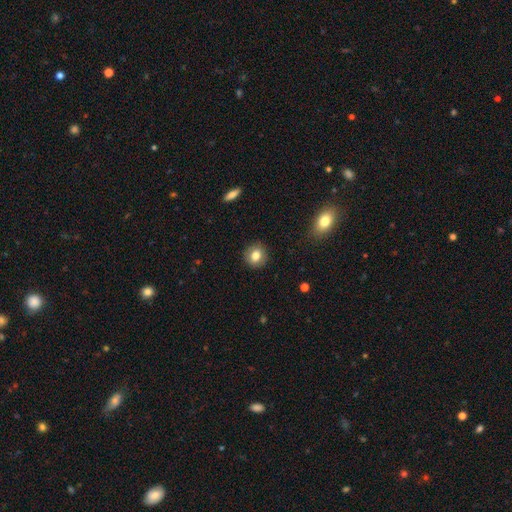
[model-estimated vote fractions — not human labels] Overall: smooth (80%). How rounded: round (85%). Merging: none (90%).